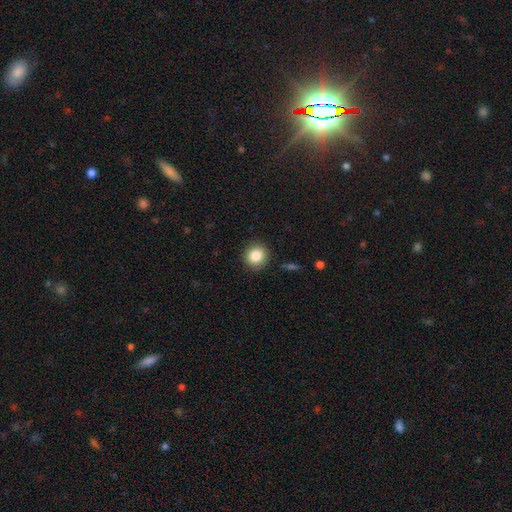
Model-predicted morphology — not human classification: Smooth or featured? smooth (85%)
How rounded? round (90%)
Merging? none (90%)